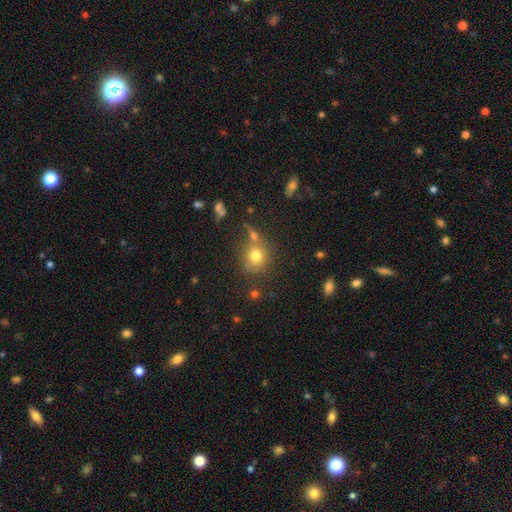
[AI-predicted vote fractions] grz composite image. It shows a smooth galaxy with no disk features (76%) that is round (80%). Merging: none (64%).